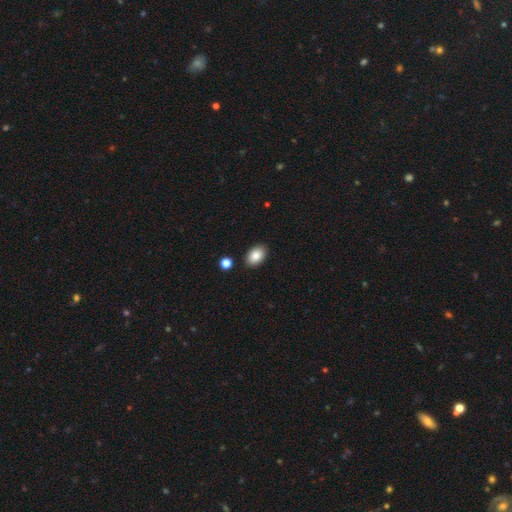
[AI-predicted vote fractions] This is clearly a smooth galaxy (86%). How rounded: clearly in between (87%). Merging: clearly none (87%).